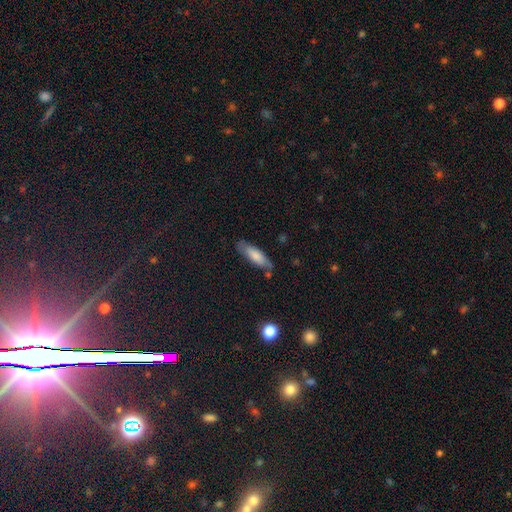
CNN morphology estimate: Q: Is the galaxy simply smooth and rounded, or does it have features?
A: smooth — 76%.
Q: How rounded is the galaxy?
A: cigar-shaped — 54%.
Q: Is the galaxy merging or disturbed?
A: none — 72%.